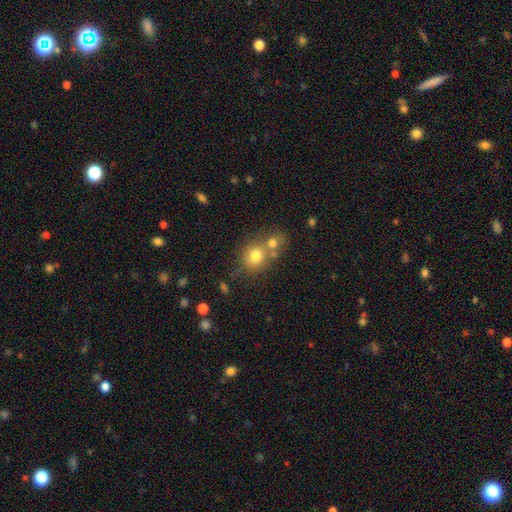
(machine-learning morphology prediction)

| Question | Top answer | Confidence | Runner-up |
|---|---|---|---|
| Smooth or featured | smooth | 74% | featured or disk (14%) |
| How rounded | round | 73% | in between (26%) |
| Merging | none | 44% | merger (41%) |